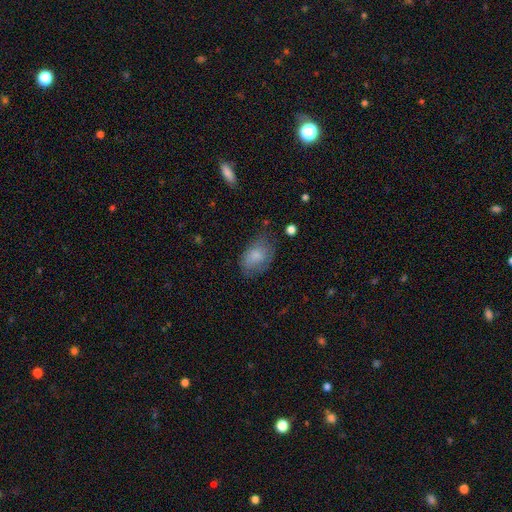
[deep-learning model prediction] The model was most divided on "merging": none: 55%, minor disturbance: 30%, major disturbance: 13%, merger: 2%. More confident: how rounded — in between (85%); smooth or featured — smooth (76%).